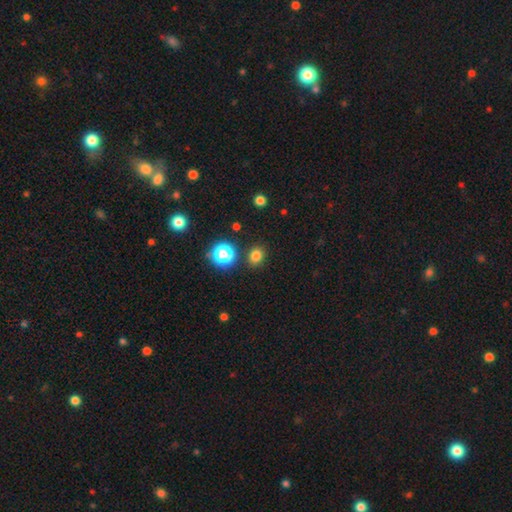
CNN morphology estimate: The model was most divided on "how rounded": round: 58%, in between: 41%, cigar-shaped: 1%. More confident: merging — none (84%); smooth or featured — smooth (76%).